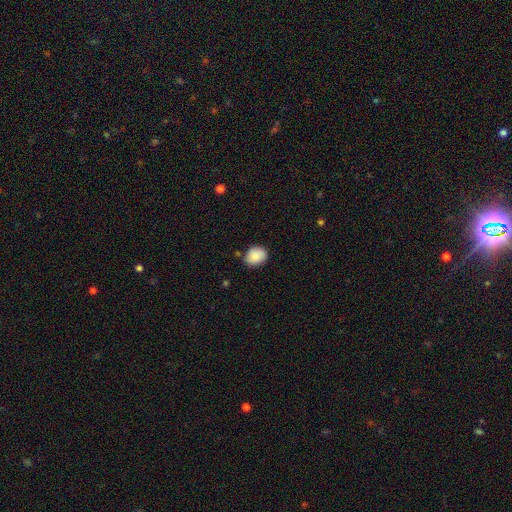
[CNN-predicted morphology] A smooth galaxy with no disk features (88%) that is in between round and cigar-shaped (51%). Merging: none (80%).